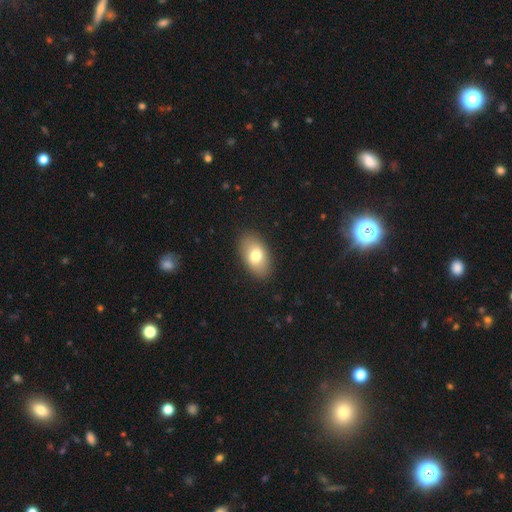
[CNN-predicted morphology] This appears to be a smooth galaxy with no disk features (76%) that is in between round and cigar-shaped (91%). Merging: none (87%).